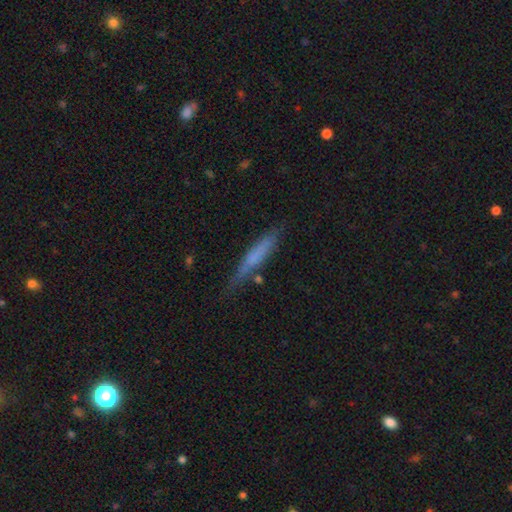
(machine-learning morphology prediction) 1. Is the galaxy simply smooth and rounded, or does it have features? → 58% smooth, 34% featured or disk, 8% star or artifact.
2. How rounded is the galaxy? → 92% cigar-shaped, 6% in between, 2% round.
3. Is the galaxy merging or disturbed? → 73% none, 19% minor disturbance, 5% major disturbance, 4% merger.